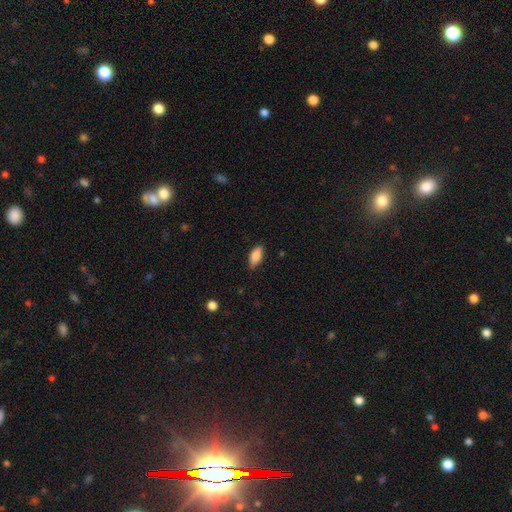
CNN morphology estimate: A smooth galaxy with no disk features (83%) that is in between round and cigar-shaped (86%). Merging: none (84%).